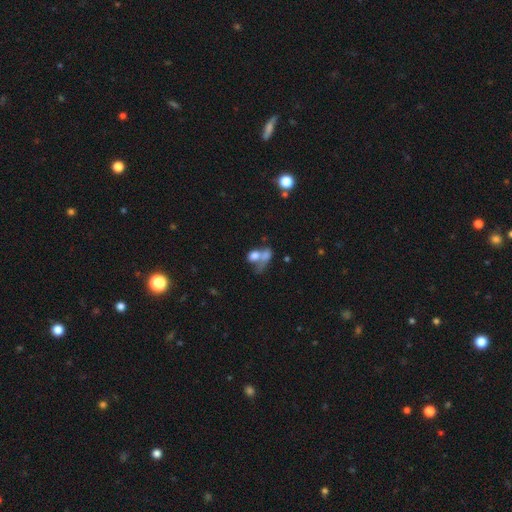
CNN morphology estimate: smooth_or_featured: smooth (p=0.66) [alt: featured or disk p=0.21]
how_rounded: in between (p=0.63) [alt: round p=0.33]
merging: merger (p=0.64) [alt: none p=0.15]